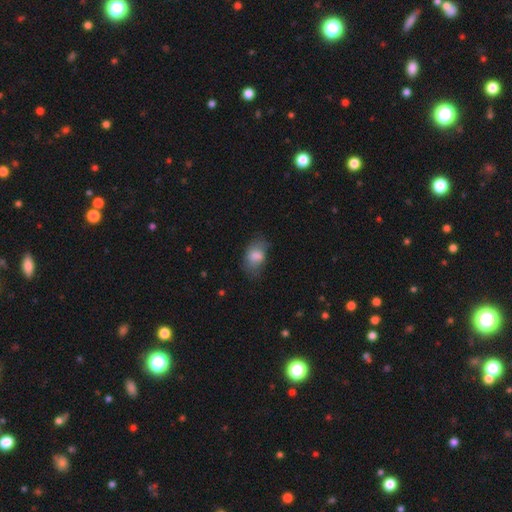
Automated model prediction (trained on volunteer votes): A smooth galaxy with no disk features (74%) that is in between round and cigar-shaped (87%).

Vote fractions:
- Smooth or featured? smooth: 74% / featured or disk: 18% / star or artifact: 9%
- How rounded? in between: 87% / round: 11% / cigar-shaped: 2%
- Merging? none: 54% / minor disturbance: 29% / major disturbance: 15% / merger: 2%